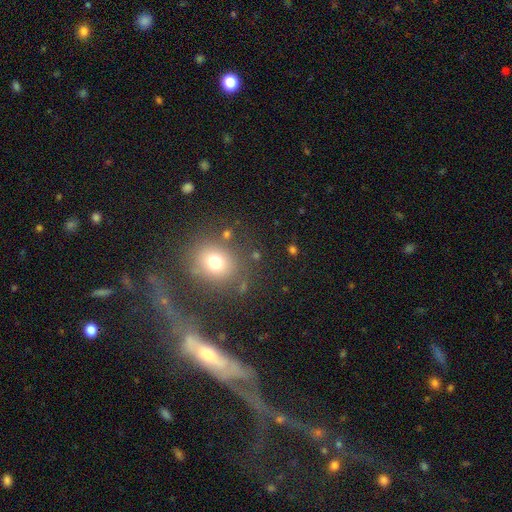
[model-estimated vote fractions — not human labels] smooth-or-featured: smooth: 61% | star or artifact: 23% | featured or disk: 16%
  how-rounded: round: 74% | in between: 23% | cigar-shaped: 3%
  merging: none: 74% | minor disturbance: 11% | merger: 9% | major disturbance: 6%